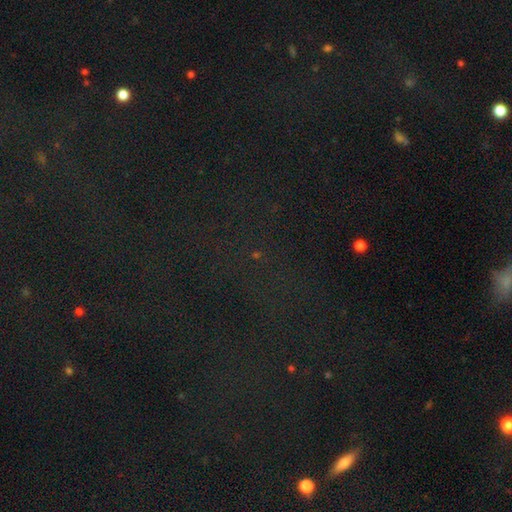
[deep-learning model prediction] Smooth or featured: star or artifact — 79% (smooth — 14%)